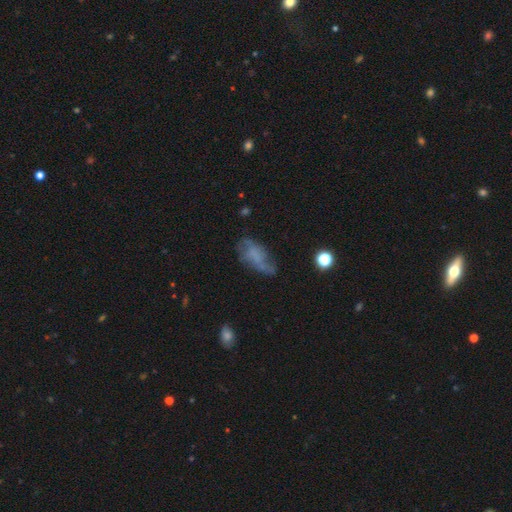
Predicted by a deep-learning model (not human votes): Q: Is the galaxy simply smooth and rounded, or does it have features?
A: featured or disk — 45%.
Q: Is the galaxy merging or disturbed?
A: none — 44%.